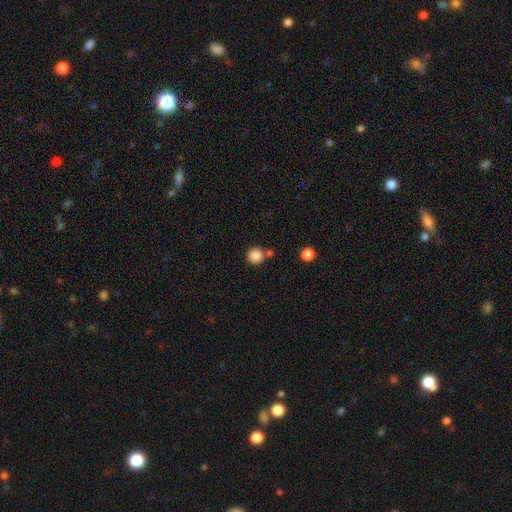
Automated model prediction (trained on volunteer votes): Smooth or featured: smooth — 86% (star or artifact — 10%)
How rounded: round — 95% (in between — 4%)
Merging: none — 76% (merger — 13%)